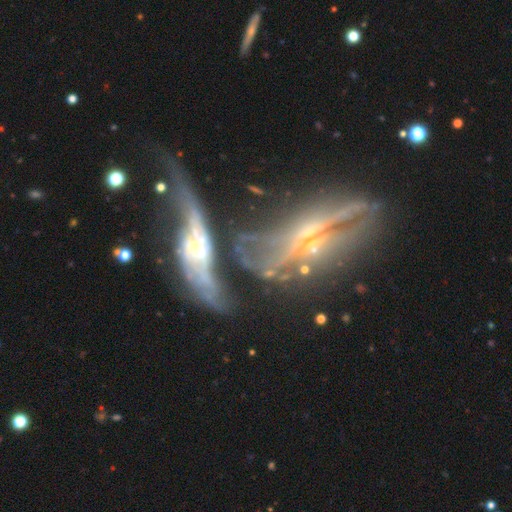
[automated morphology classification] The model was most divided on "edge-on disk": no: 58%, yes: 42%. More confident: smooth or featured — featured or disk (75%); merging — merger (57%).